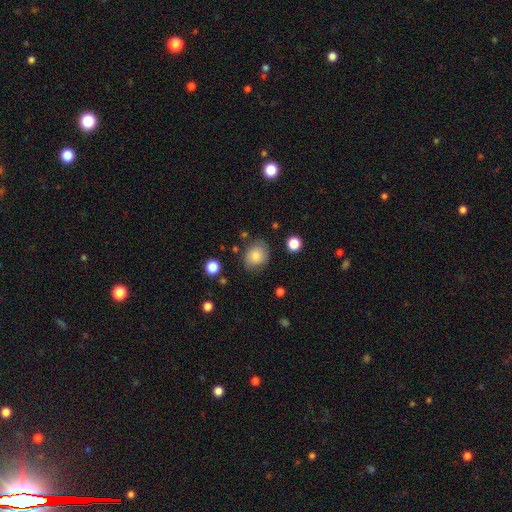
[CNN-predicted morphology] type=smooth (77%); roundness=round (65%); merging=none (73%).